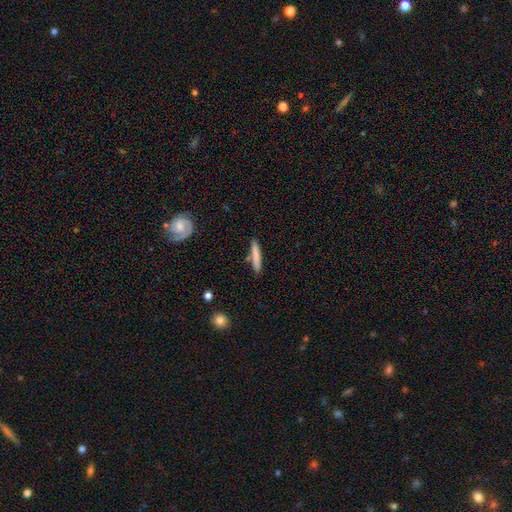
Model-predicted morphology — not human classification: Smooth or featured? Predicted: smooth (p=0.78). How rounded? Predicted: cigar-shaped (p=0.92). Merging? Predicted: none (p=0.84).